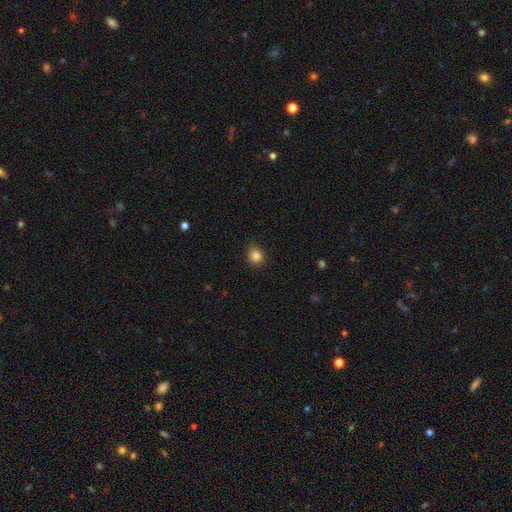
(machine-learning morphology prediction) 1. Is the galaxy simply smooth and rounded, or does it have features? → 86% smooth, 11% star or artifact, 3% featured or disk.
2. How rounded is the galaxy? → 85% round, 14% in between, 1% cigar-shaped.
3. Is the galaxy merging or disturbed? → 90% none, 7% minor disturbance, 2% major disturbance, 1% merger.